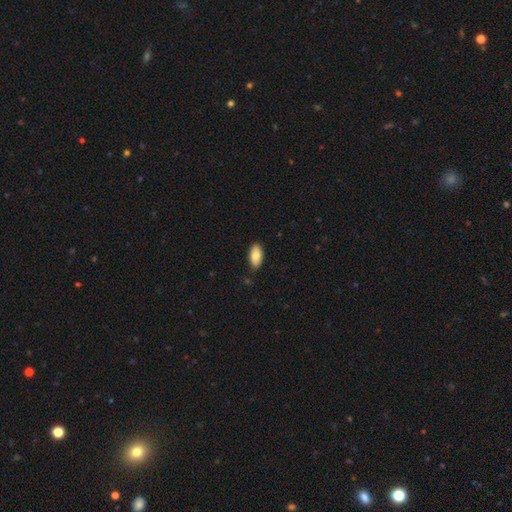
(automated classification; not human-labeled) Smooth or featured? smooth (81%)
How rounded? in between (93%)
Merging? none (87%)